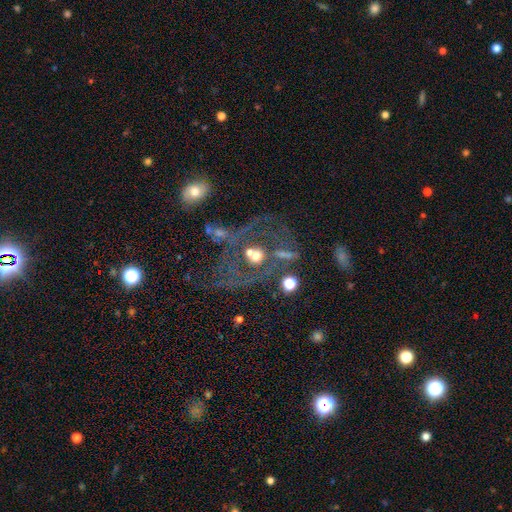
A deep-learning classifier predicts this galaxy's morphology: smooth-or-featured: featured or disk: 48% | smooth: 34% | star or artifact: 19%
  merging: none: 35% | merger: 32% | major disturbance: 21% | minor disturbance: 13%